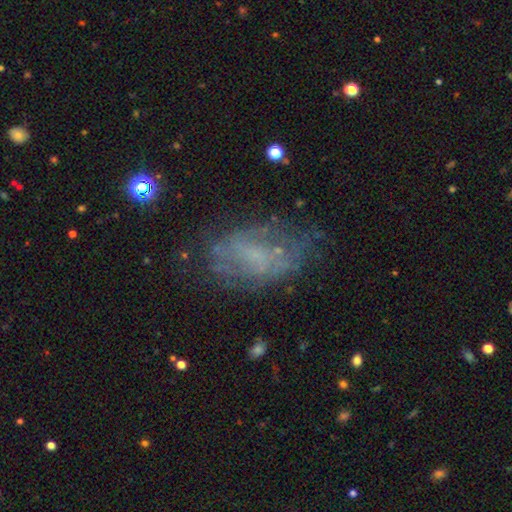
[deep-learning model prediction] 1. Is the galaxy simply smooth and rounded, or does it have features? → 48% featured or disk, 36% smooth, 16% star or artifact.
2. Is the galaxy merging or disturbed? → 53% none, 24% minor disturbance, 20% major disturbance, 3% merger.